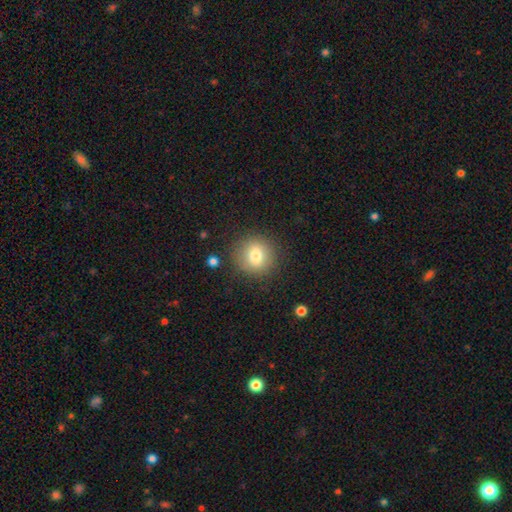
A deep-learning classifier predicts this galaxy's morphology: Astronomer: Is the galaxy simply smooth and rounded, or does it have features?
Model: smooth — 78%.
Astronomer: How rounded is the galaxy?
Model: round — 91%.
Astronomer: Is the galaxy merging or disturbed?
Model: none — 87%.